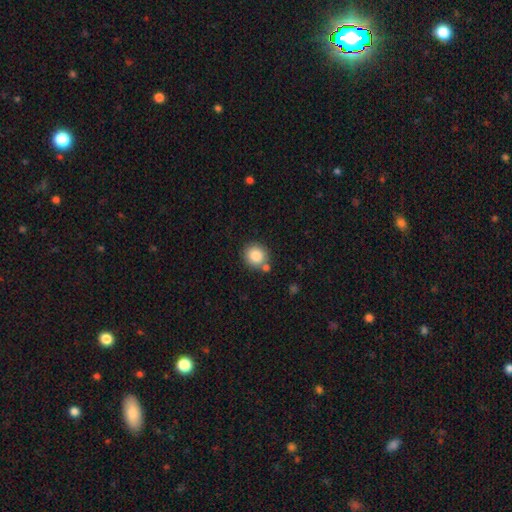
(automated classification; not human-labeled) Overall: smooth (85%). How rounded: round (89%). Merging: none (74%).